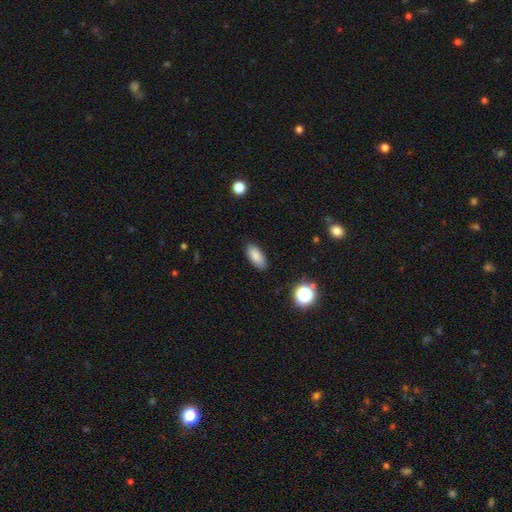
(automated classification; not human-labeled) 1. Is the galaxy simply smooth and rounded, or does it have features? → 85% smooth, 9% star or artifact, 6% featured or disk.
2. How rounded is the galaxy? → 88% in between, 9% cigar-shaped, 3% round.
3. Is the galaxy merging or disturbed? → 86% none, 10% minor disturbance, 2% major disturbance, 1% merger.